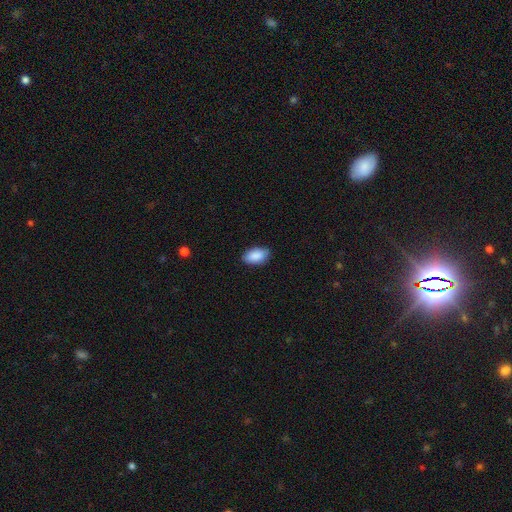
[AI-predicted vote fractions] This is clearly a smooth galaxy (90%). How rounded: clearly in between (94%). Merging: clearly none (85%).